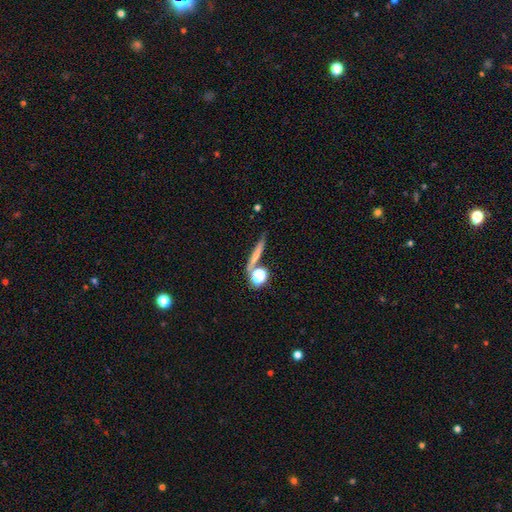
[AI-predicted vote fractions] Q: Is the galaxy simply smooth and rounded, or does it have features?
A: smooth — 59%.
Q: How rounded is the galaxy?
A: cigar-shaped — 72%.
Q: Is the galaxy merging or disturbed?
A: none — 71%.